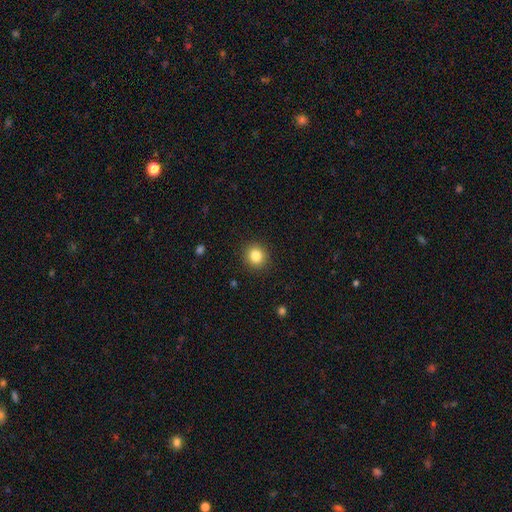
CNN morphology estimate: smooth_or_featured: smooth (p=0.83) [alt: star or artifact p=0.11]
how_rounded: round (p=0.89) [alt: in between p=0.10]
merging: none (p=0.91) [alt: minor disturbance p=0.06]